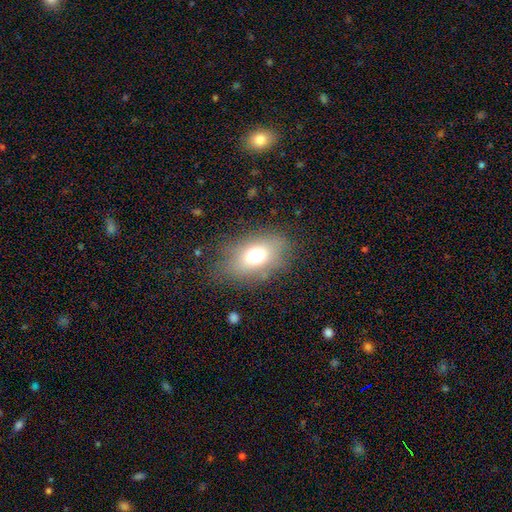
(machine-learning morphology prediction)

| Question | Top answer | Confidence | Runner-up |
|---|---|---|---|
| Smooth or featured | smooth | 70% | featured or disk (18%) |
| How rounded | in between | 82% | round (16%) |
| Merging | none | 73% | minor disturbance (17%) |